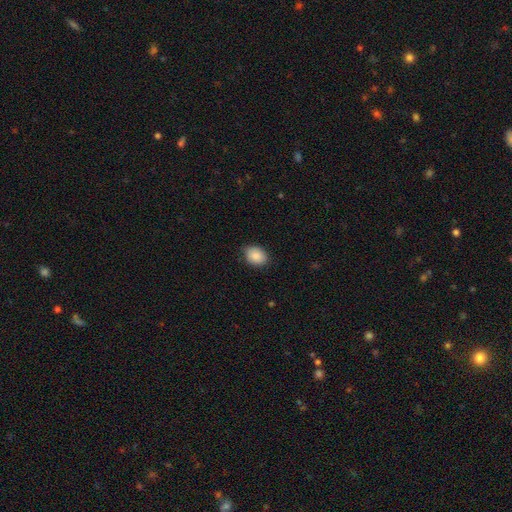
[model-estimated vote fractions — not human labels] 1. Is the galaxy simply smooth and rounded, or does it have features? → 88% smooth, 7% star or artifact, 4% featured or disk.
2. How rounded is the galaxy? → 68% in between, 31% round, 1% cigar-shaped.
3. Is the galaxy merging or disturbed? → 82% none, 15% minor disturbance, 3% major disturbance, 1% merger.